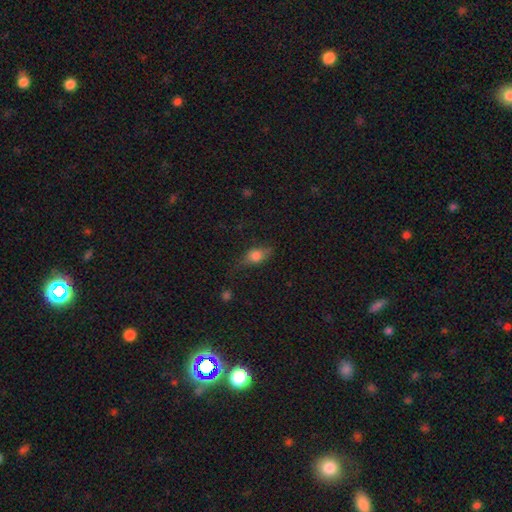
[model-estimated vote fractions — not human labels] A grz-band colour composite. It shows a smooth galaxy with no disk features (73%) that is in between round and cigar-shaped (74%). Merging: none (57%).